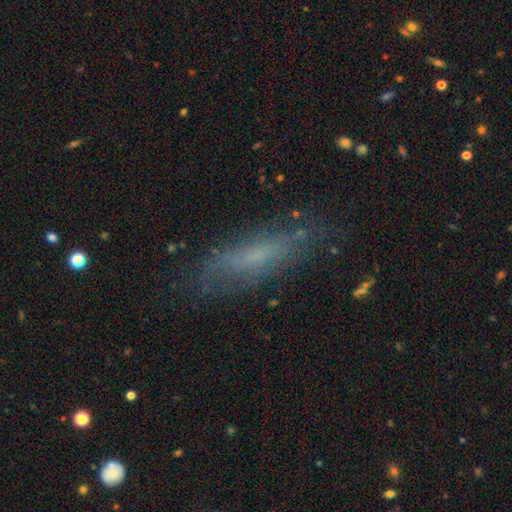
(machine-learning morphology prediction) type=smooth (44%); merging=none (75%).